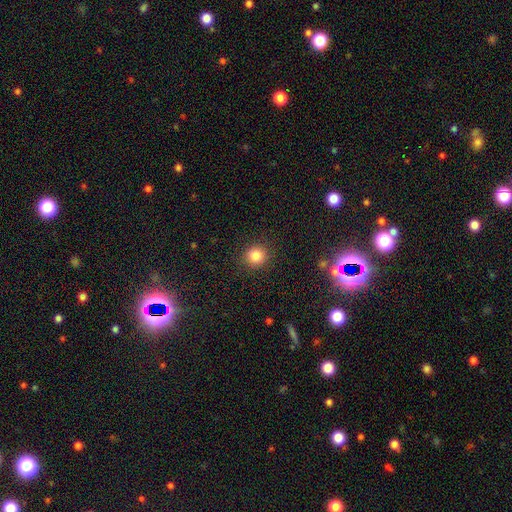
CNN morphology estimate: A smooth galaxy with no disk features (84%) that is round (90%).

Vote fractions:
- Smooth or featured? smooth: 84% / star or artifact: 11% / featured or disk: 5%
- How rounded? round: 90% / in between: 9% / cigar-shaped: 1%
- Merging? none: 89% / minor disturbance: 7% / major disturbance: 3% / merger: 1%